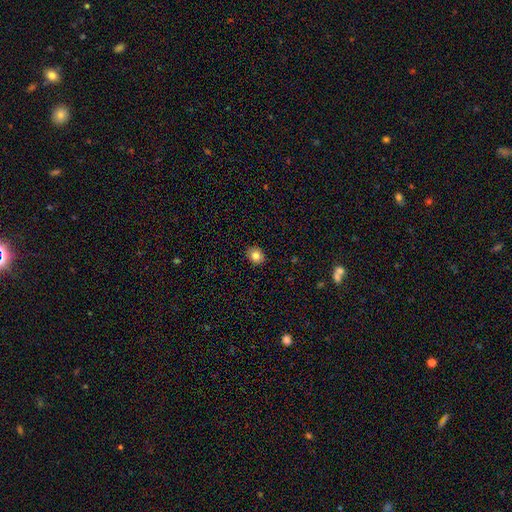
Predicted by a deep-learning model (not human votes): Smooth or featured? Predicted: smooth (p=0.83). How rounded? Predicted: round (p=0.64). Merging? Predicted: none (p=0.89).